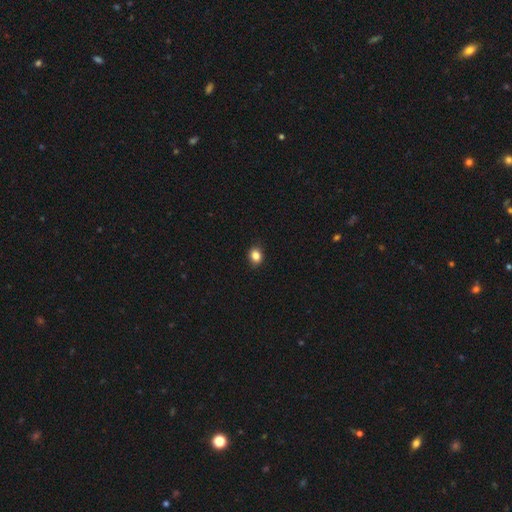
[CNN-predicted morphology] A smooth galaxy with no disk features (84%) that is round (58%). Merging: none (89%).